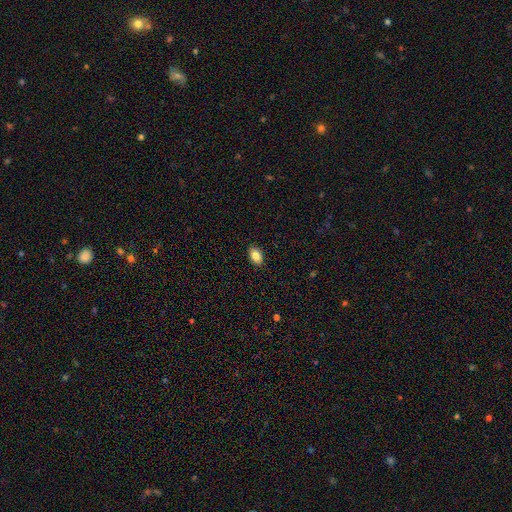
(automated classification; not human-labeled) This is clearly a smooth galaxy (84%). How rounded: clearly in between (87%). Merging: clearly none (89%).